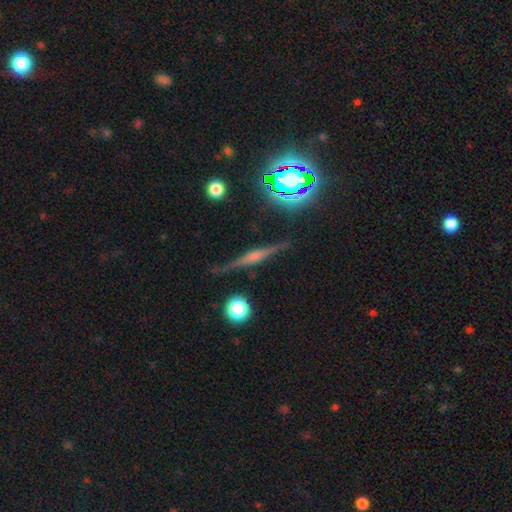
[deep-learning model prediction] Smooth or featured: featured or disk — 74% (smooth — 14%)
Edge-on disk: yes — 97% (no — 3%)
Edge-on bulge: rounded — 69% (boxy — 20%)
Merging: none — 85% (minor disturbance — 11%)